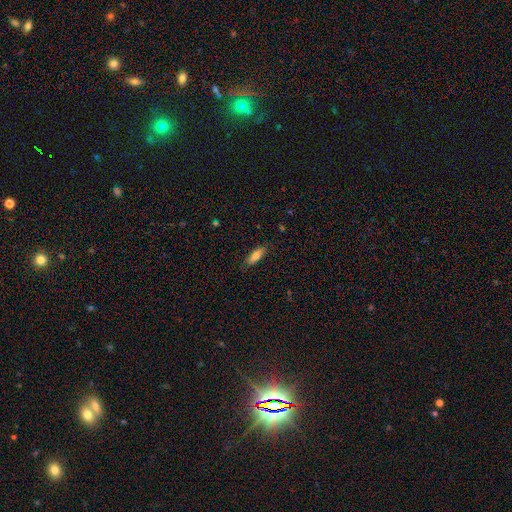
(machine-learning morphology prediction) smooth 77%, featured or disk 17%, star or artifact 7%. Down the decision tree: how rounded — in between (58%); merging — none (83%).